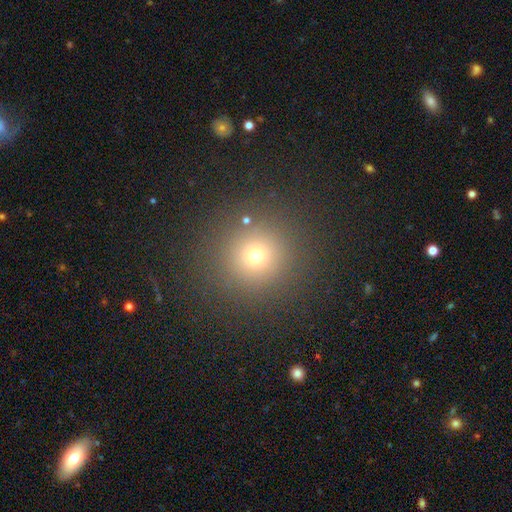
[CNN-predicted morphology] Q: Smooth or featured?
A: smooth (69%); runner-up: star or artifact (23%)
Q: How rounded?
A: round (94%); runner-up: in between (5%)
Q: Merging?
A: none (88%); runner-up: minor disturbance (6%)